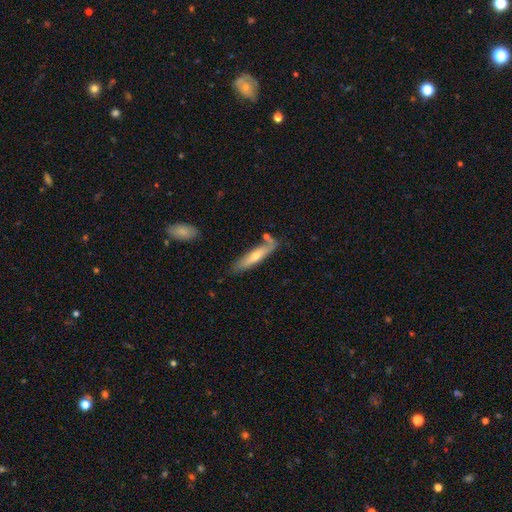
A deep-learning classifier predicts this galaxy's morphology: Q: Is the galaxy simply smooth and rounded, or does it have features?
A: smooth — 54%.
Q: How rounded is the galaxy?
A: cigar-shaped — 84%.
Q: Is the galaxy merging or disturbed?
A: none — 70%.